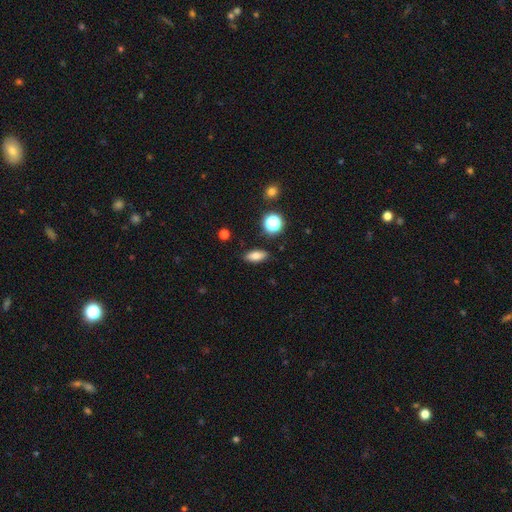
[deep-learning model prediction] This is likely a smooth galaxy (76%). How rounded: likely in between (76%). Merging: clearly none (88%).